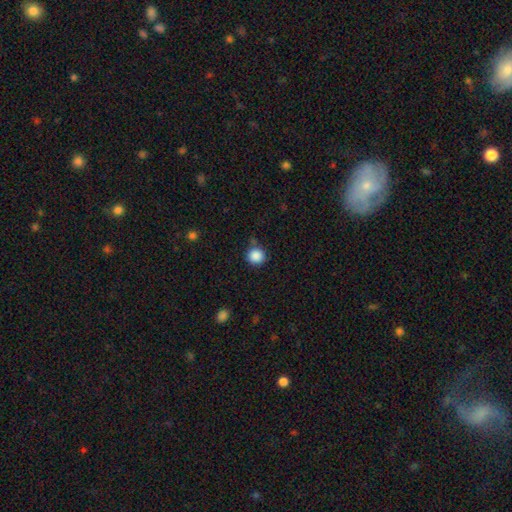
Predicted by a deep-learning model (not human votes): Smooth or featured: smooth — 87% (star or artifact — 10%)
How rounded: round — 92% (in between — 7%)
Merging: none — 79% (minor disturbance — 13%)